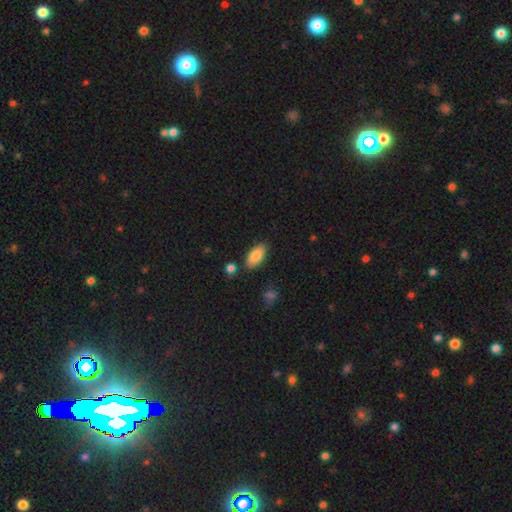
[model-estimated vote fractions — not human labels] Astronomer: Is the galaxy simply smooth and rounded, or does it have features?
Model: smooth — 86%.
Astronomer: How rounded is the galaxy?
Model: in between — 90%.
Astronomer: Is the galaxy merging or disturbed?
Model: none — 83%.